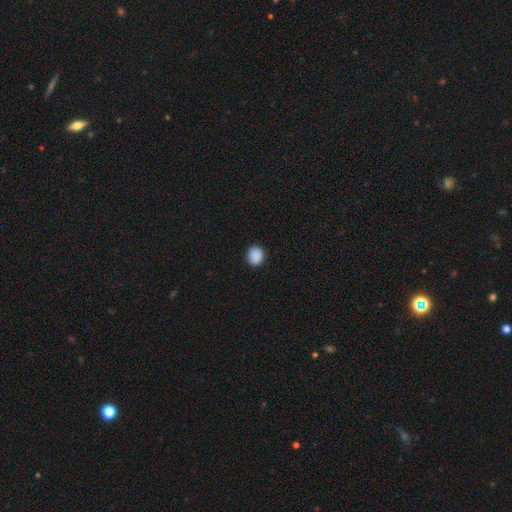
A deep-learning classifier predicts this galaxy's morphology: Overall: smooth (88%). How rounded: round (67%; in between 32%). Merging: none (87%).